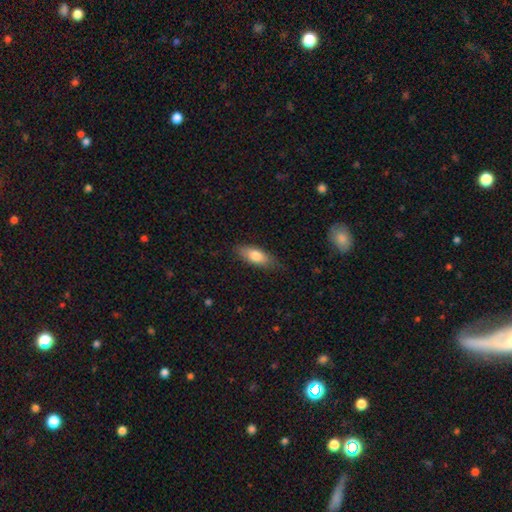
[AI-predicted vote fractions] smooth-or-featured: smooth: 77% | featured or disk: 17% | star or artifact: 6%
  how-rounded: in between: 75% | cigar-shaped: 22% | round: 3%
  merging: none: 77% | minor disturbance: 18% | major disturbance: 3% | merger: 1%